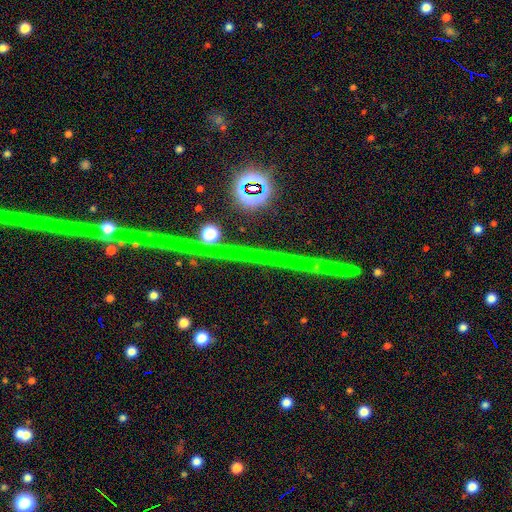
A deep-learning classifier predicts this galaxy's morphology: Smooth or featured? Predicted: star or artifact (p=0.68).